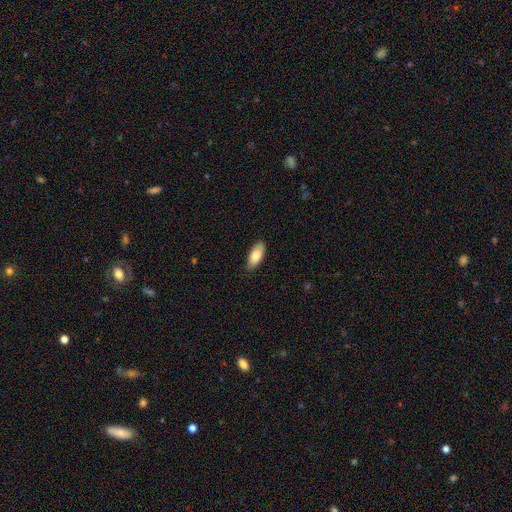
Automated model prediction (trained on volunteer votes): Smooth or featured? Predicted: smooth (p=0.80). How rounded? Predicted: in between (p=0.82). Merging? Predicted: none (p=0.85).